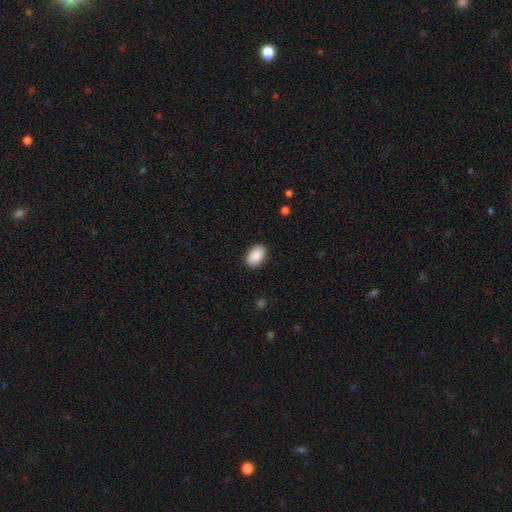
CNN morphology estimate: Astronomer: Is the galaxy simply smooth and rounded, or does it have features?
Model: smooth — 90%.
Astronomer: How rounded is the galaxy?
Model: in between — 92%.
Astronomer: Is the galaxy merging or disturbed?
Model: none — 89%.